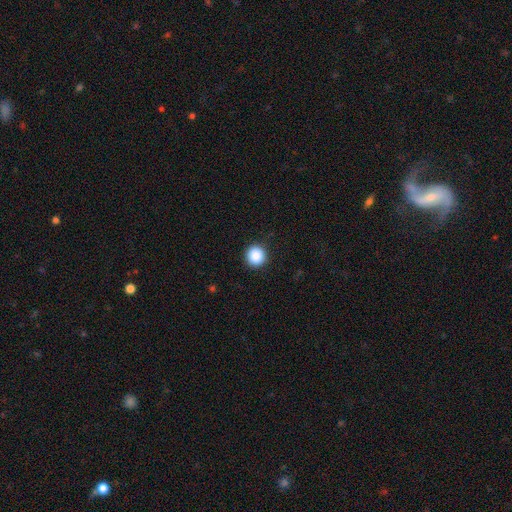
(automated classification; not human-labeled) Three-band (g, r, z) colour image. It shows a smooth galaxy with no disk features (88%) that is round (94%). Merging: none (92%).